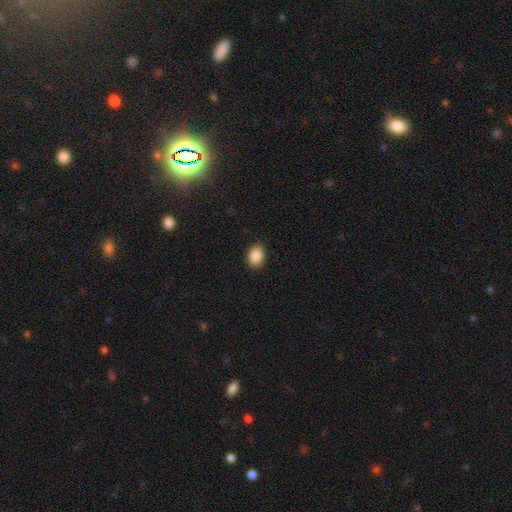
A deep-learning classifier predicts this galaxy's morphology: Smooth or featured? smooth (89%)
How rounded? in between (68%)
Merging? none (86%)